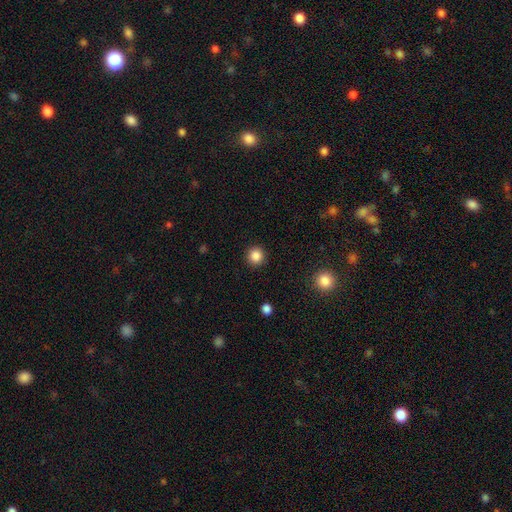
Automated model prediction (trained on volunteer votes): smooth_or_featured: smooth (p=0.86) [alt: star or artifact p=0.11]
how_rounded: round (p=0.93) [alt: in between p=0.06]
merging: none (p=0.92) [alt: minor disturbance p=0.05]